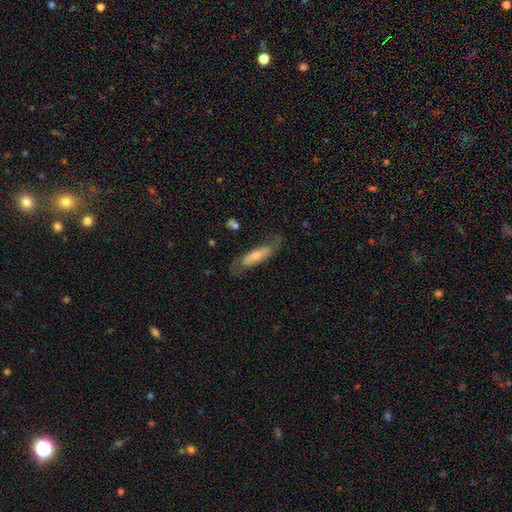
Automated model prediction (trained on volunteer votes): Smooth or featured?
  - smooth: 55% *
  - featured or disk: 39%
  - star or artifact: 6%
How rounded?
  - cigar-shaped: 60% *
  - in between: 38%
  - round: 2%
Merging?
  - none: 68% *
  - minor disturbance: 20%
  - major disturbance: 9%
  - merger: 2%